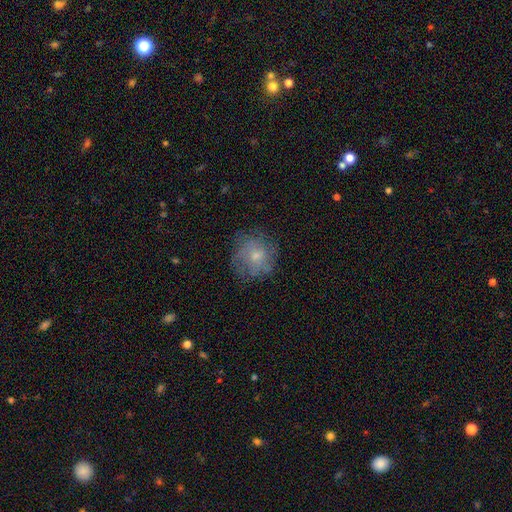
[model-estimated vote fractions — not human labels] Smooth or featured?
  - smooth: 55% *
  - featured or disk: 35%
  - star or artifact: 10%
How rounded?
  - round: 81% *
  - in between: 18%
  - cigar-shaped: 1%
Merging?
  - none: 67% *
  - minor disturbance: 21%
  - major disturbance: 11%
  - merger: 1%